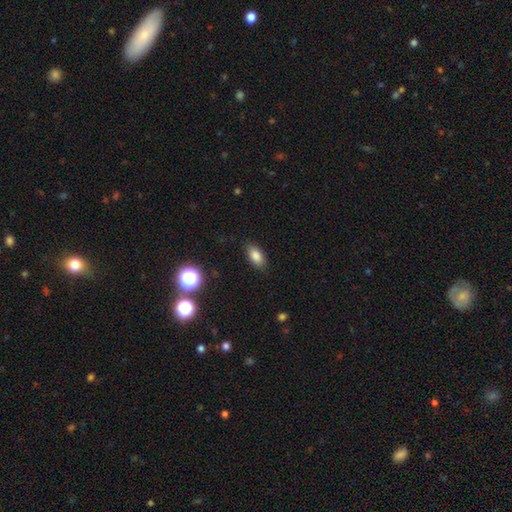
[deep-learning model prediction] smooth 83%, star or artifact 11%, featured or disk 7%. Down the decision tree: how rounded — in between (89%); merging — none (85%).